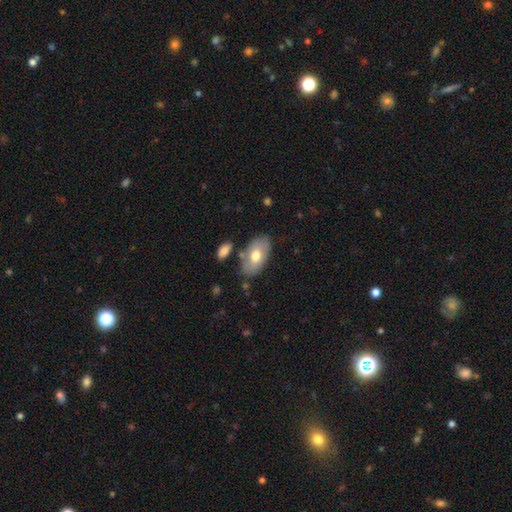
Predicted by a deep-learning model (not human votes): The model was most divided on "smooth or featured": smooth: 67%, featured or disk: 27%, star or artifact: 6%. More confident: how rounded — in between (94%); merging — none (76%).